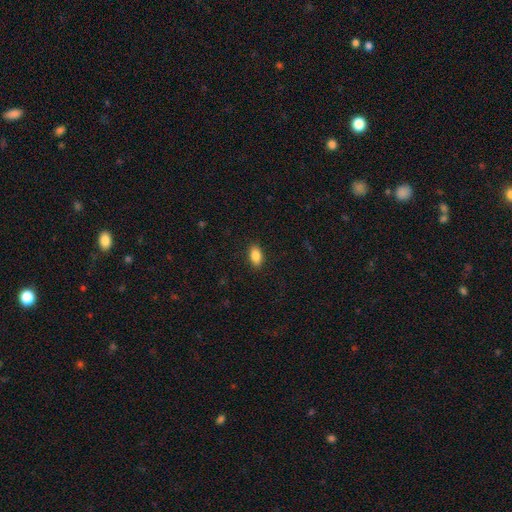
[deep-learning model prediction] Smooth or featured?
  - smooth: 87% *
  - star or artifact: 8%
  - featured or disk: 5%
How rounded?
  - in between: 92% *
  - round: 6%
  - cigar-shaped: 3%
Merging?
  - none: 90% *
  - minor disturbance: 7%
  - major disturbance: 2%
  - merger: 1%